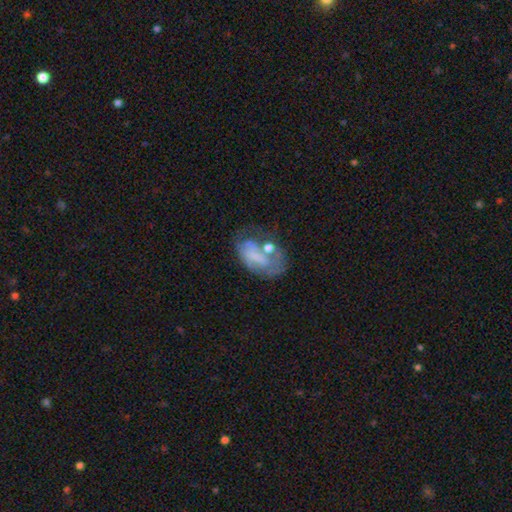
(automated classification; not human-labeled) This is possibly a featured or disk galaxy (46%). Merging: marginally none (31%, tied with major disturbance).